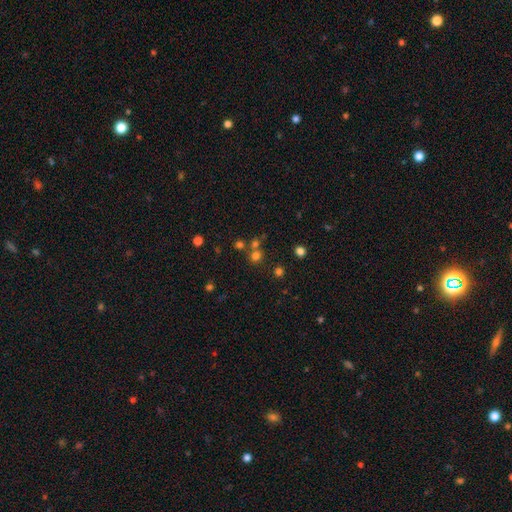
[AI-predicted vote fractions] Smooth or featured? Predicted: smooth (p=0.67). How rounded? Predicted: round (p=0.90). Merging? Predicted: none (p=0.67).